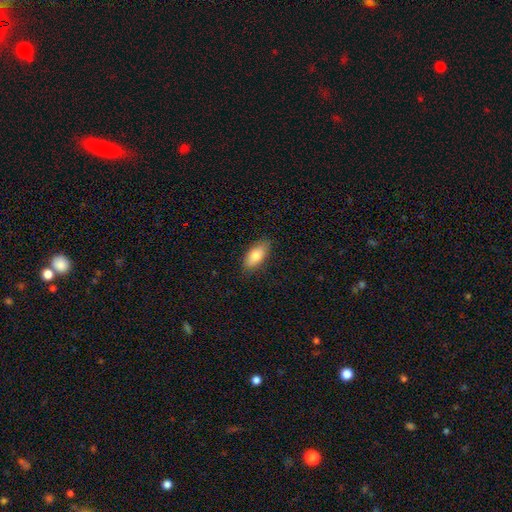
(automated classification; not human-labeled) This appears to be a smooth galaxy with no disk features (81%) that is in between round and cigar-shaped (86%). Merging: none (85%).